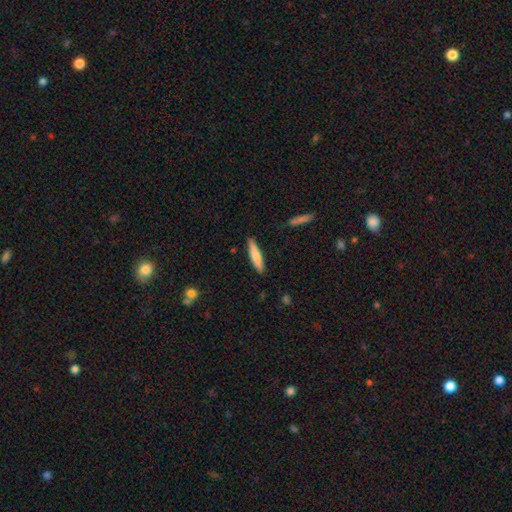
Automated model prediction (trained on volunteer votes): Smooth or featured: smooth — 78% (featured or disk — 16%)
How rounded: cigar-shaped — 84% (in between — 15%)
Merging: none — 89% (minor disturbance — 8%)